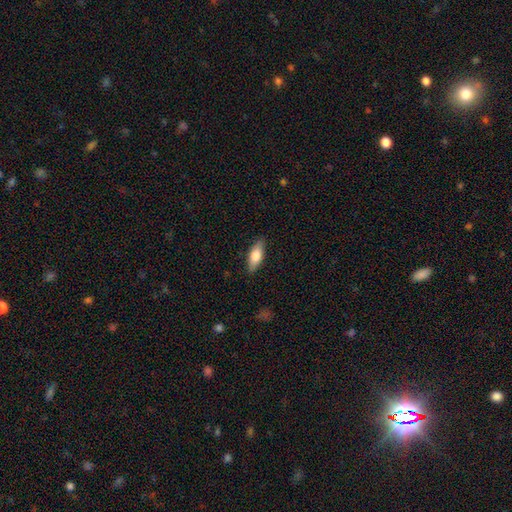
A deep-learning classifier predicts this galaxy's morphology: smooth-or-featured: smooth: 74% | featured or disk: 21% | star or artifact: 6%
  how-rounded: in between: 71% | cigar-shaped: 26% | round: 2%
  merging: none: 87% | minor disturbance: 10% | major disturbance: 2% | merger: 1%